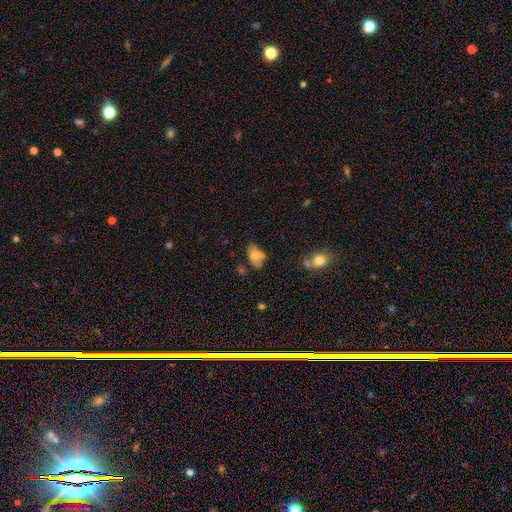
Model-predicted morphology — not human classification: A smooth galaxy with no disk features (64%) that is in between round and cigar-shaped (87%). Merging: none (44%).